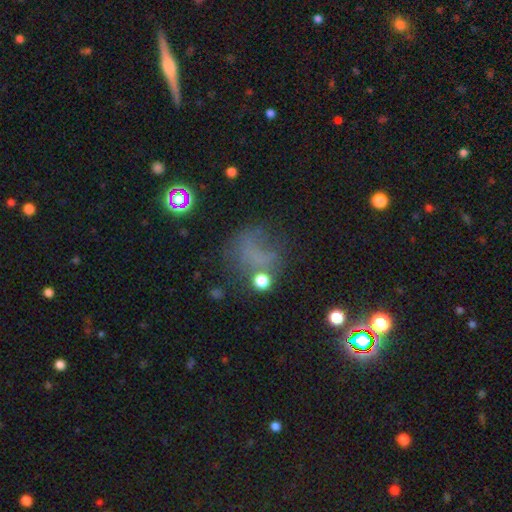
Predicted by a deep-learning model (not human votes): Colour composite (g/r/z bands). It shows a smooth galaxy with no disk features (42%). Merging: none (44%).